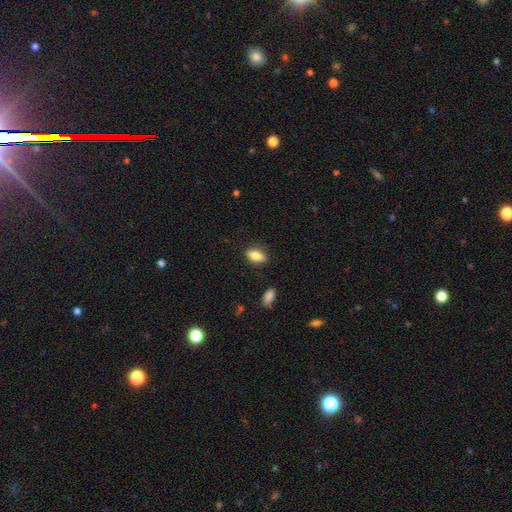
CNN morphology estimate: smooth-or-featured: smooth: 79% | featured or disk: 14% | star or artifact: 7%
  how-rounded: in between: 82% | cigar-shaped: 14% | round: 4%
  merging: none: 84% | minor disturbance: 12% | major disturbance: 3% | merger: 2%